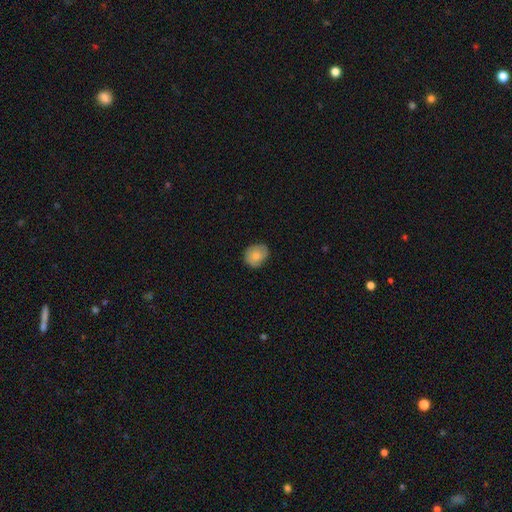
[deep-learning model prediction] Smooth or featured: smooth — 75% (featured or disk — 18%)
How rounded: round — 63% (in between — 36%)
Merging: none — 77% (minor disturbance — 19%)